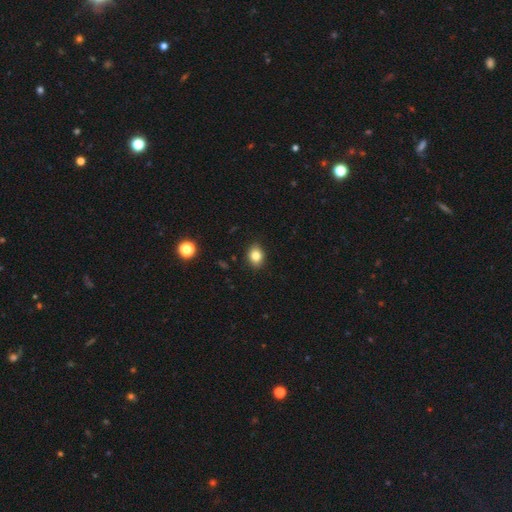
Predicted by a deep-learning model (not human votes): smooth-or-featured: smooth: 82% | star or artifact: 11% | featured or disk: 7%
  how-rounded: in between: 56% | round: 43% | cigar-shaped: 1%
  merging: none: 89% | minor disturbance: 8% | major disturbance: 2% | merger: 1%